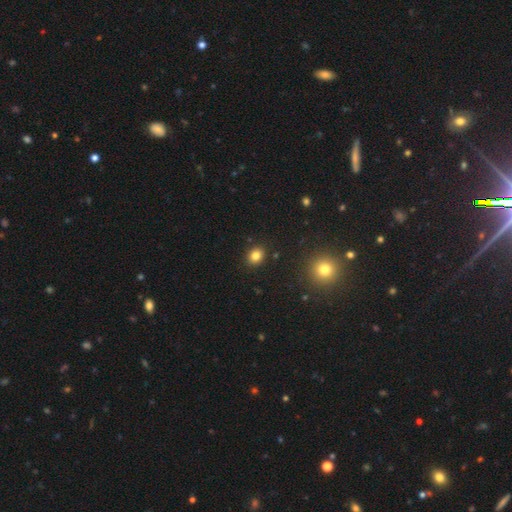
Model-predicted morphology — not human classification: This is clearly a smooth galaxy (82%). How rounded: possibly round (57%). Merging: clearly none (89%).